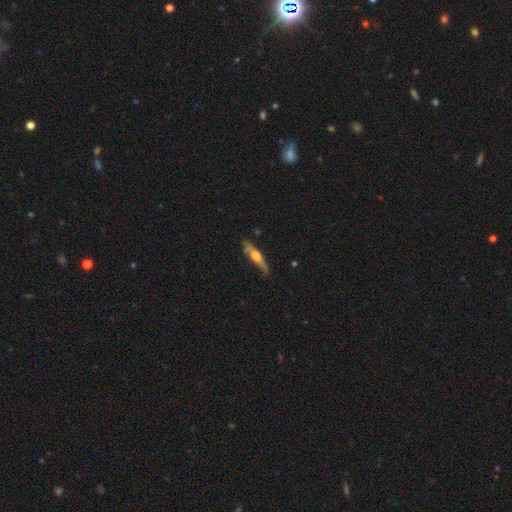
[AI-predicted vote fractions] A featured or disk galaxy (61%) viewed edge-on (92%) with a rounded central bulge (84%).

Vote fractions:
- Smooth or featured? featured or disk: 61% / smooth: 34% / star or artifact: 6%
- Edge-on disk? yes: 92% / no: 8%
- Edge-on bulge? rounded: 84% / boxy: 11% / none: 5%
- Merging? none: 71% / minor disturbance: 21% / major disturbance: 5% / merger: 3%